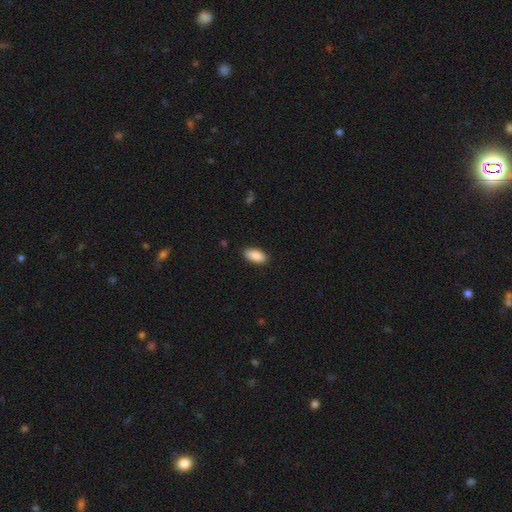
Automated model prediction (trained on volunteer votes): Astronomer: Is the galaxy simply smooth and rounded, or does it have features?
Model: smooth — 90%.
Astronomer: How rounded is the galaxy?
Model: in between — 93%.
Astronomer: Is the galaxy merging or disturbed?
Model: none — 87%.